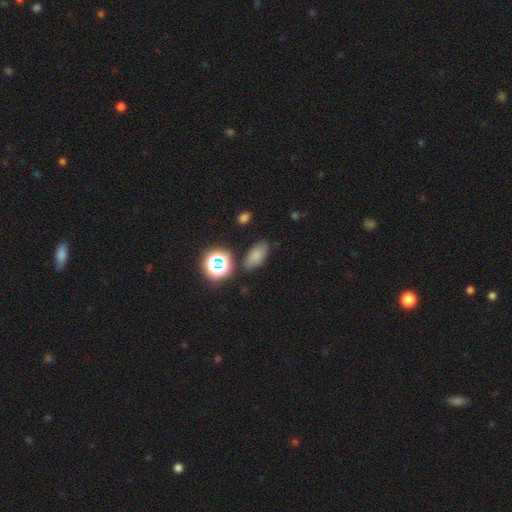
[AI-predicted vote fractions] Smooth or featured: smooth — 74% (star or artifact — 18%)
How rounded: in between — 88% (round — 8%)
Merging: none — 80% (minor disturbance — 12%)